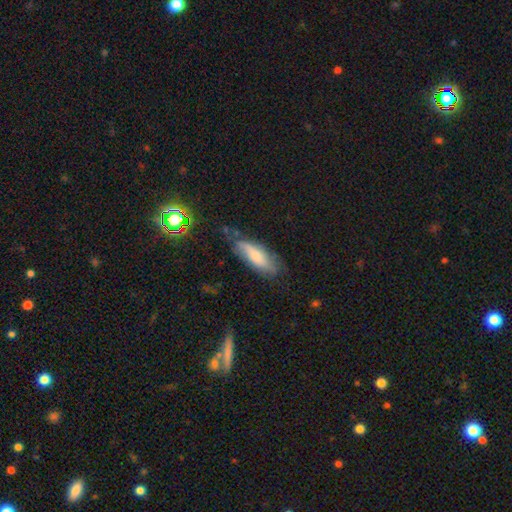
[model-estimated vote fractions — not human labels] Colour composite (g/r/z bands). It shows a smooth galaxy with no disk features (65%) that is in between round and cigar-shaped (56%). Merging: none (62%).